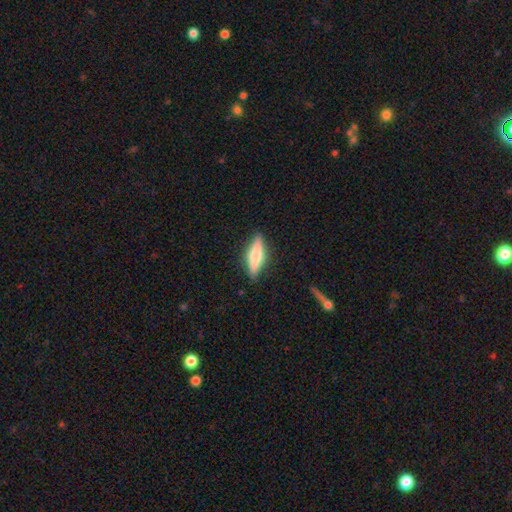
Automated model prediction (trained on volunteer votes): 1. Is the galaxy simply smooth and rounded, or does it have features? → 53% smooth, 40% featured or disk, 6% star or artifact.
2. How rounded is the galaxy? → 67% cigar-shaped, 31% in between, 2% round.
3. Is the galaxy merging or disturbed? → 87% none, 10% minor disturbance, 2% major disturbance, 1% merger.